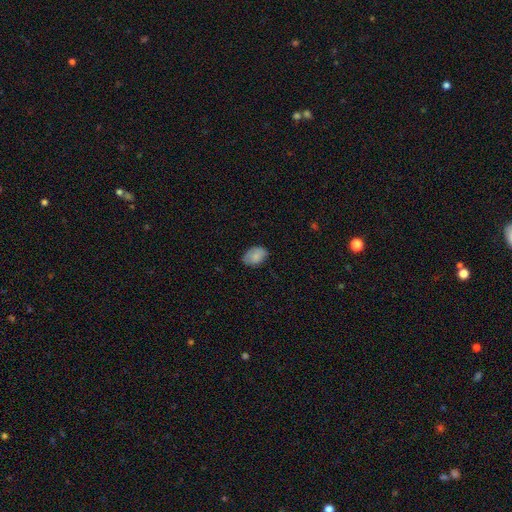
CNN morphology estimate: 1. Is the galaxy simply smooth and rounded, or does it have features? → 83% smooth, 9% featured or disk, 7% star or artifact.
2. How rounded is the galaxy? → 86% in between, 13% round, 1% cigar-shaped.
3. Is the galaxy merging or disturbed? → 76% none, 19% minor disturbance, 3% major disturbance, 1% merger.